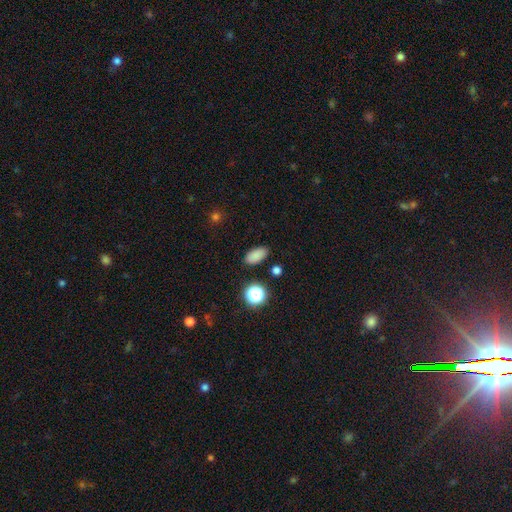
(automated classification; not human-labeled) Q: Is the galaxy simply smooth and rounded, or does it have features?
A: smooth — 83%.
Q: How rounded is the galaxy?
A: in between — 89%.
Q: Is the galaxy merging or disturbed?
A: none — 87%.